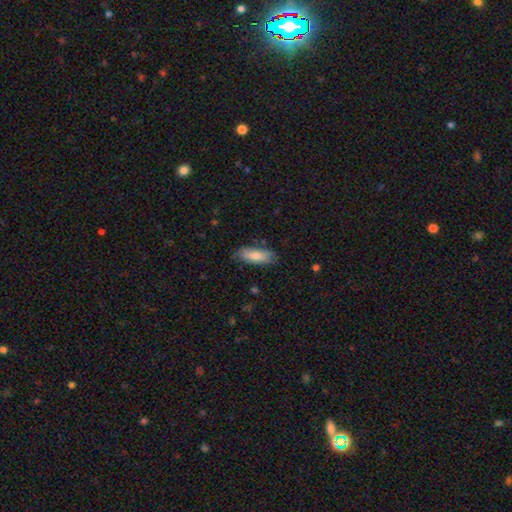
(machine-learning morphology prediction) Q: Smooth or featured?
A: smooth (80%); runner-up: featured or disk (14%)
Q: How rounded?
A: in between (70%); runner-up: cigar-shaped (28%)
Q: Merging?
A: none (76%); runner-up: minor disturbance (19%)